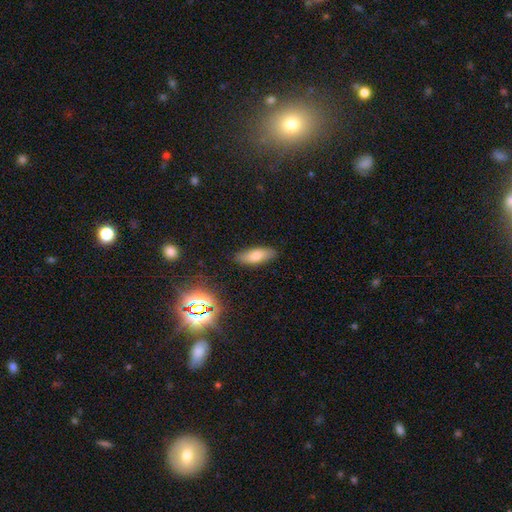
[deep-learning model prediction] smooth 73%, featured or disk 15%, star or artifact 12%. Down the decision tree: how rounded — in between (68%); merging — none (86%).